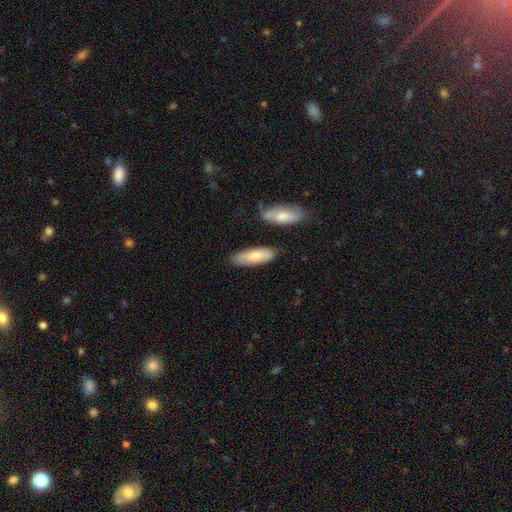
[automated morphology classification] Smooth or featured?
  - smooth: 73% *
  - featured or disk: 22%
  - star or artifact: 5%
How rounded?
  - in between: 65% *
  - cigar-shaped: 33%
  - round: 2%
Merging?
  - none: 77% *
  - minor disturbance: 14%
  - merger: 6%
  - major disturbance: 3%